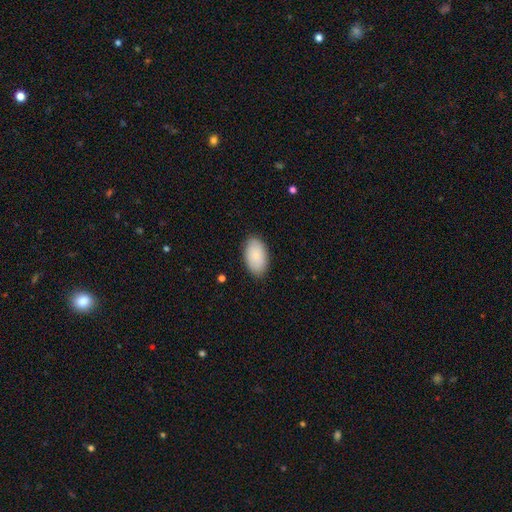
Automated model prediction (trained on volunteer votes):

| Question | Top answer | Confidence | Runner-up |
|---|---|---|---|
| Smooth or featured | smooth | 87% | featured or disk (7%) |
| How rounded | in between | 95% | round (3%) |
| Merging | none | 87% | minor disturbance (10%) |